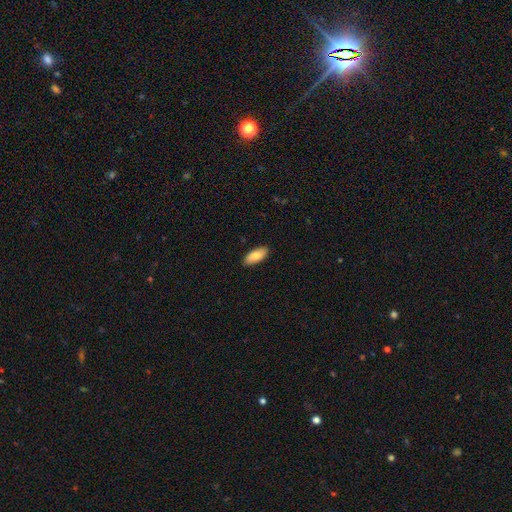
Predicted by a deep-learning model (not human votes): smooth 83%, featured or disk 11%, star or artifact 6%. Down the decision tree: how rounded — in between (86%); merging — none (89%).